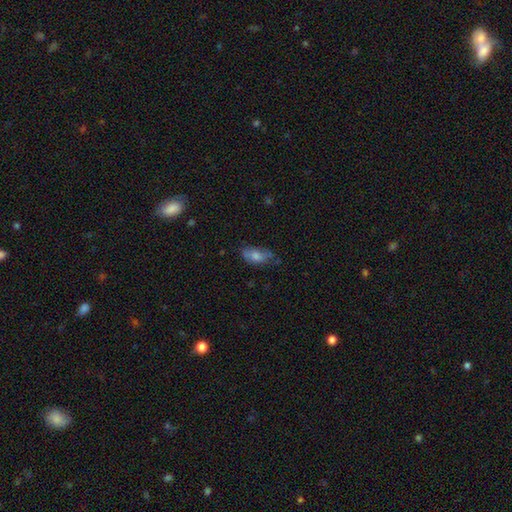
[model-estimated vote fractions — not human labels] A smooth galaxy with no disk features (58%) that is in between round and cigar-shaped (82%). Merging: none (61%).